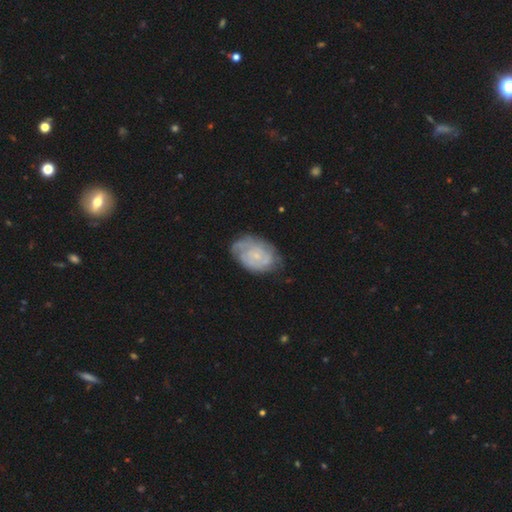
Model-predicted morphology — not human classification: Smooth or featured? Predicted: featured or disk (p=0.68). Edge-on disk? Predicted: no (p=0.97). Bar? Predicted: no (p=0.74). Spiral arms? Predicted: yes (p=0.85). Spiral winding? Predicted: tight (p=0.65). Spiral arm count? Predicted: can't tell (p=0.48). Bulge size? Predicted: small (p=0.71). Merging? Predicted: none (p=0.66).